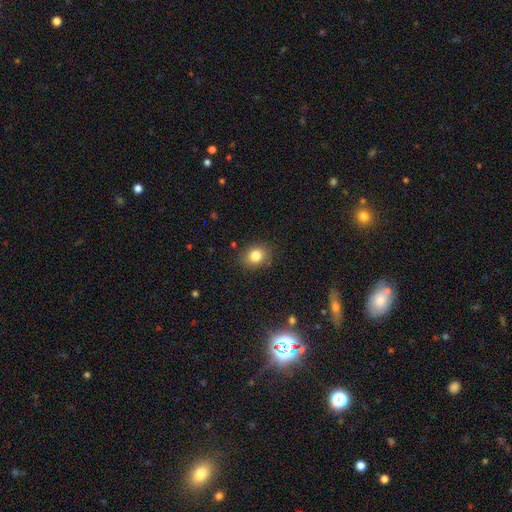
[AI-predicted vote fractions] smooth_or_featured: smooth (p=0.82) [alt: star or artifact p=0.11]
how_rounded: round (p=0.59) [alt: in between p=0.40]
merging: none (p=0.85) [alt: minor disturbance p=0.11]